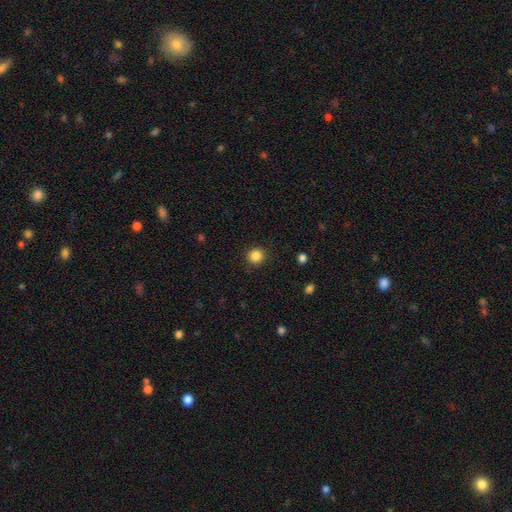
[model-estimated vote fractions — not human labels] This appears to be a smooth galaxy with no disk features (86%) that is round (94%). Merging: none (90%).